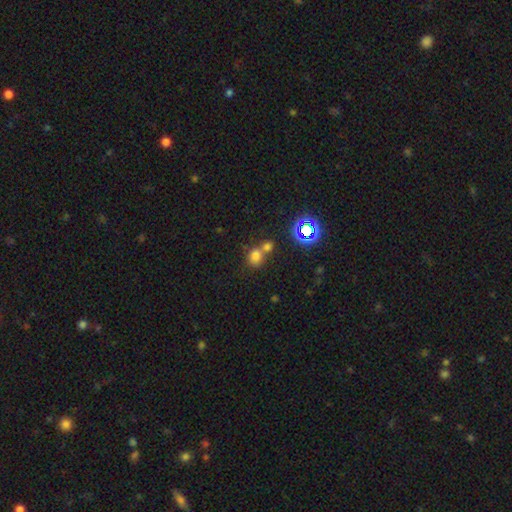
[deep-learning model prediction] Smooth or featured: smooth — 69% (star or artifact — 21%)
How rounded: round — 72% (in between — 27%)
Merging: merger — 46% (none — 42%)